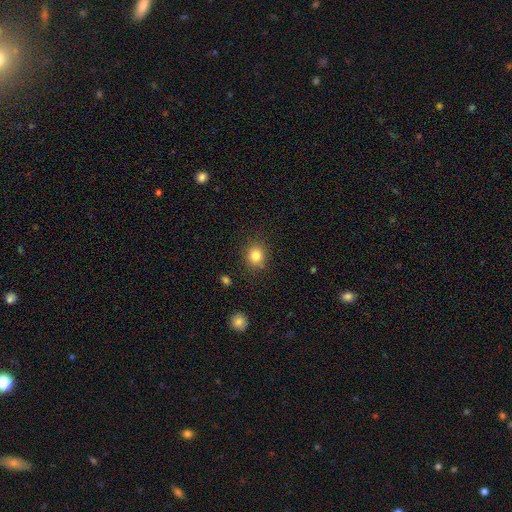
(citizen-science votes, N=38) smooth_or_featured: smooth (p=0.89) [alt: featured or disk p=0.05]
how_rounded: round (p=0.85) [alt: in between p=0.12]
merging: none (p=0.92) [alt: minor disturbance p=0.08]